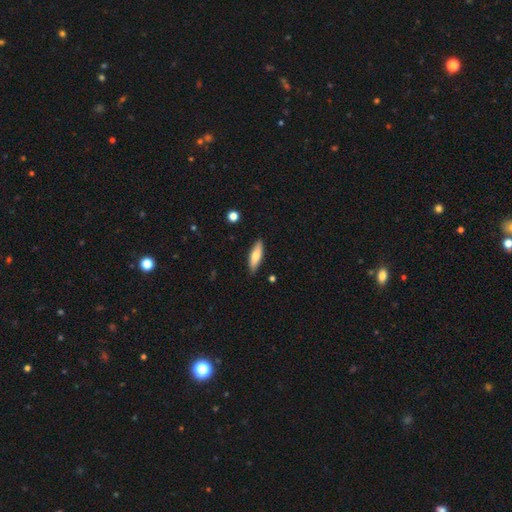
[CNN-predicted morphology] Overall: smooth (72%). How rounded: cigar-shaped (52%; in between 46%). Merging: none (86%).